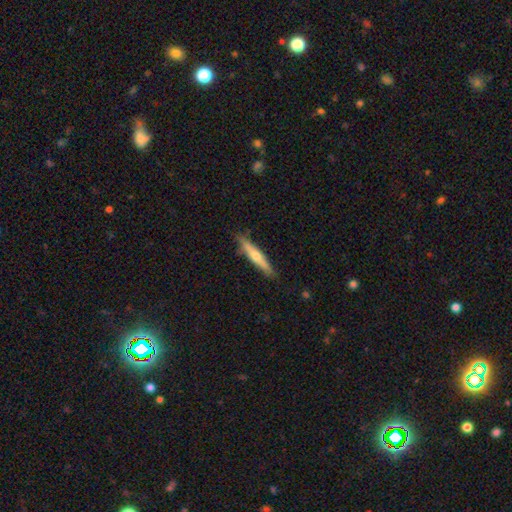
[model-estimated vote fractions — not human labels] Morphology: type=smooth (47%, tied with featured or disk); merging=none (84%).